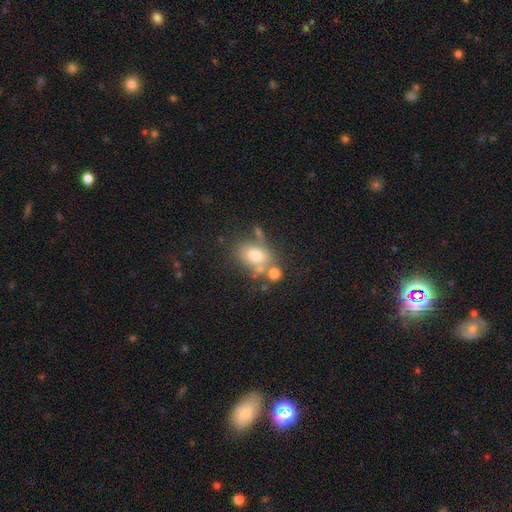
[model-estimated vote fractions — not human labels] Morphology: type=smooth (70%); roundness=in between (68%); merging=none (51%).